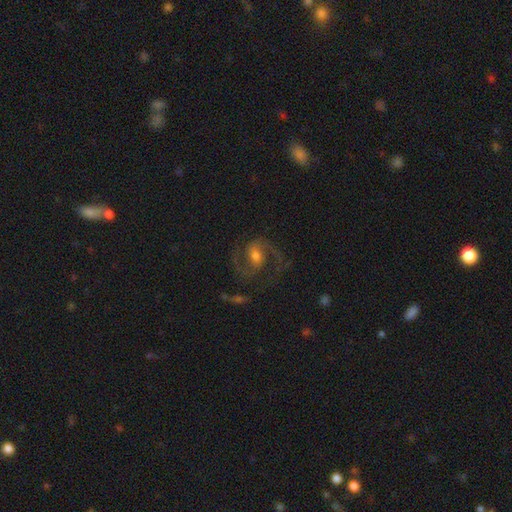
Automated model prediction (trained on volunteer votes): smooth_or_featured: featured or disk (p=0.86) [alt: smooth p=0.07]
disk_edge_on: no (p=0.98) [alt: yes p=0.02]
bar: weak (p=0.51) [alt: no p=0.31]
has_spiral_arms: yes (p=0.97) [alt: no p=0.03]
spiral_winding: medium (p=0.62) [alt: loose p=0.23]
spiral_arm_count: 2 (p=0.91) [alt: can't tell p=0.03]
bulge_size: moderate (p=0.61) [alt: small p=0.24]
merging: none (p=0.71) [alt: minor disturbance p=0.14]